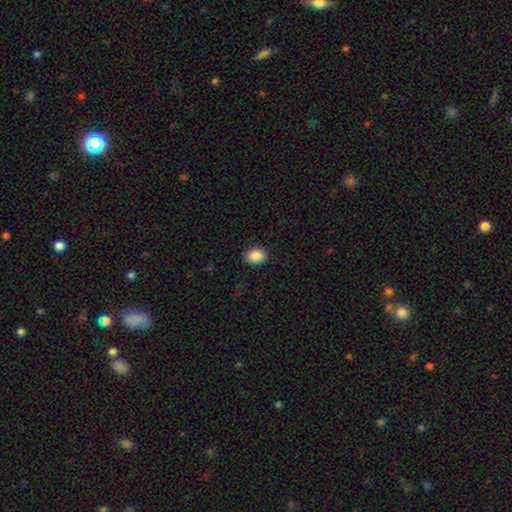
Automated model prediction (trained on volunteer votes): Smooth or featured? smooth (88%)
How rounded? round (50%)
Merging? none (89%)